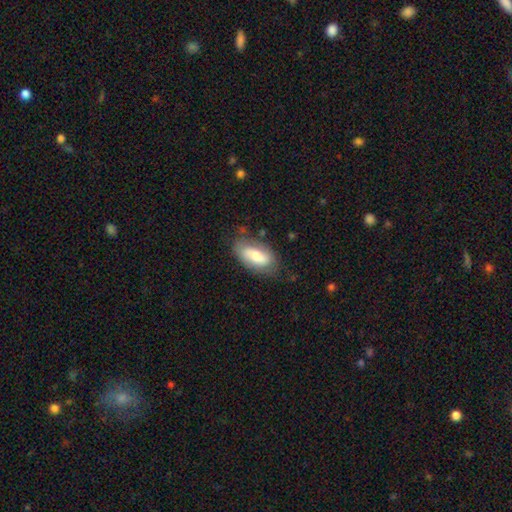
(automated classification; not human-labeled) Smooth or featured?
  - smooth: 59% *
  - featured or disk: 35%
  - star or artifact: 6%
How rounded?
  - in between: 90% *
  - cigar-shaped: 7%
  - round: 4%
Merging?
  - none: 72% *
  - minor disturbance: 20%
  - major disturbance: 5%
  - merger: 2%